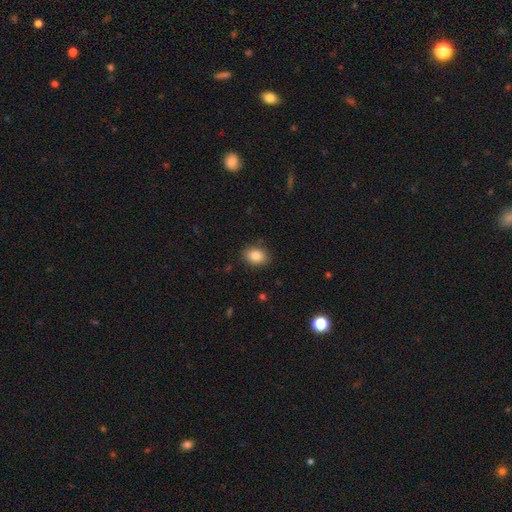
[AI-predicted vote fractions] The model was most divided on "how rounded": in between: 68%, round: 31%, cigar-shaped: 1%. More confident: smooth or featured — smooth (86%); merging — none (85%).